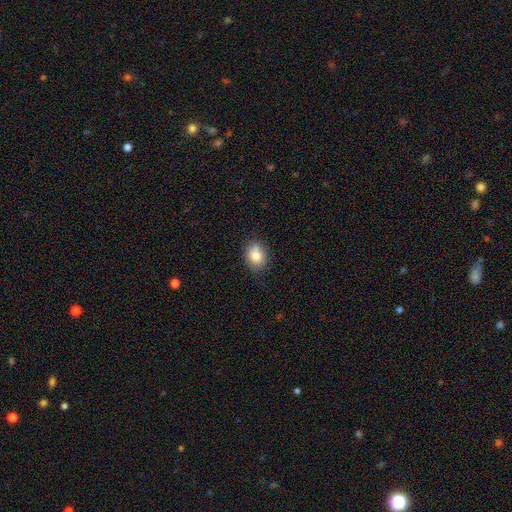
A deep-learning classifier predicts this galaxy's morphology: type=smooth (80%); roundness=in between (58%); merging=none (74%).